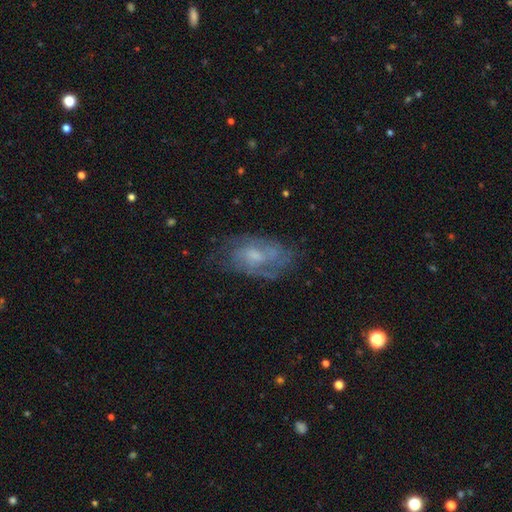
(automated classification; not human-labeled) featured or disk 71%, smooth 21%, star or artifact 8%. Down the decision tree: edge-on disk — no (95%); bar — no (58%); spiral arms — yes (84%); spiral arm count — can't tell (41%); spiral winding — medium (43%); bulge size — small (42%); merging — none (65%).